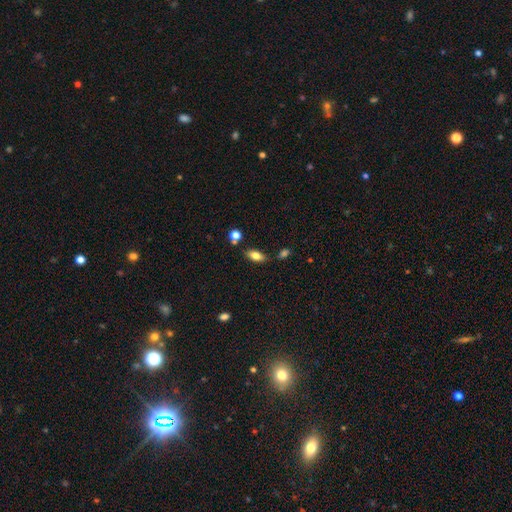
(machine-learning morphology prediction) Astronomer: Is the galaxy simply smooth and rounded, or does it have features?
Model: smooth — 73%.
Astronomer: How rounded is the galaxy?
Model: in between — 83%.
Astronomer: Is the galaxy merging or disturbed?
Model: none — 75%.